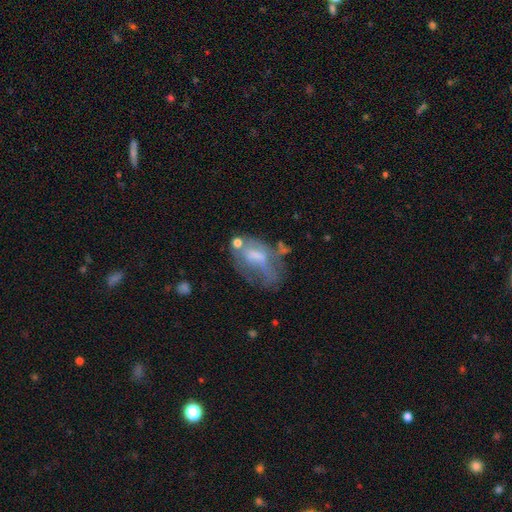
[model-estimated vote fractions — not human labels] smooth_or_featured: featured or disk (p=0.52) [alt: smooth p=0.36]
disk_edge_on: no (p=0.95) [alt: yes p=0.05]
merging: none (p=0.32) [alt: major disturbance p=0.30]